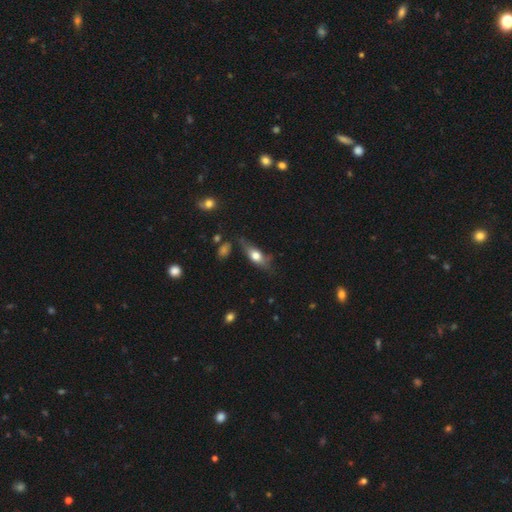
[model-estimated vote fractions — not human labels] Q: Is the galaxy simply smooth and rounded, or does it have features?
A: smooth — 60%.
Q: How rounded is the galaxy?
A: in between — 65%.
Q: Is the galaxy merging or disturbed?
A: none — 61%.